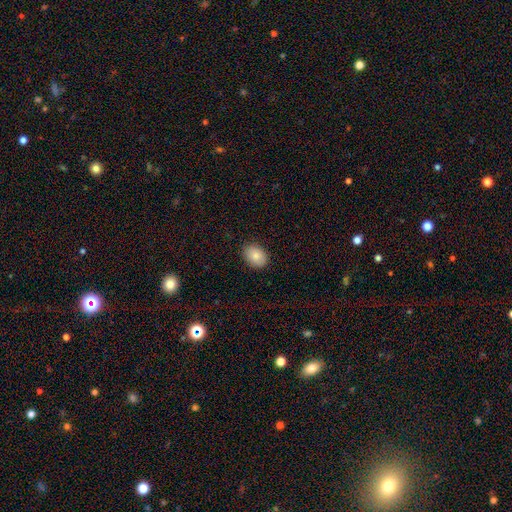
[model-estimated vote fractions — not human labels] Overall: smooth (85%). How rounded: in between (73%). Merging: none (88%).